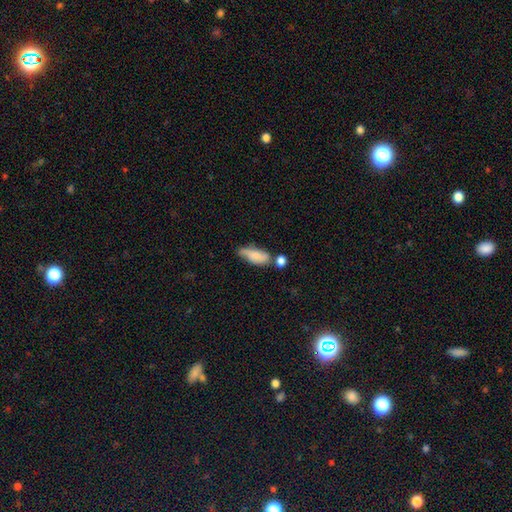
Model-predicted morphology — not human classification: Q: Smooth or featured?
A: smooth (74%); runner-up: featured or disk (18%)
Q: How rounded?
A: in between (75%); runner-up: cigar-shaped (22%)
Q: Merging?
A: none (38%); runner-up: minor disturbance (28%)